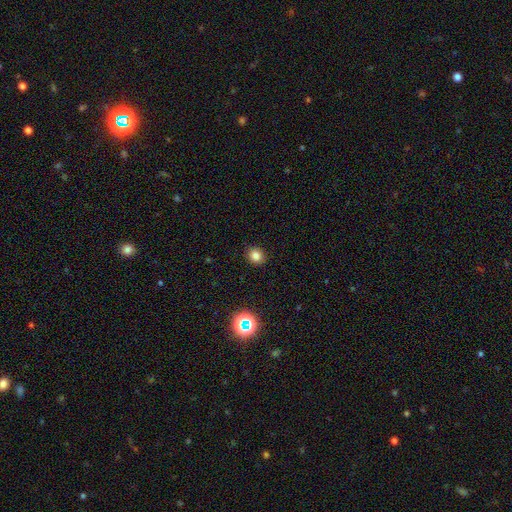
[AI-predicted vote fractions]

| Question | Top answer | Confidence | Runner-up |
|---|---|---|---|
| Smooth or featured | smooth | 80% | star or artifact (15%) |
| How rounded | round | 70% | in between (29%) |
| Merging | none | 90% | minor disturbance (7%) |